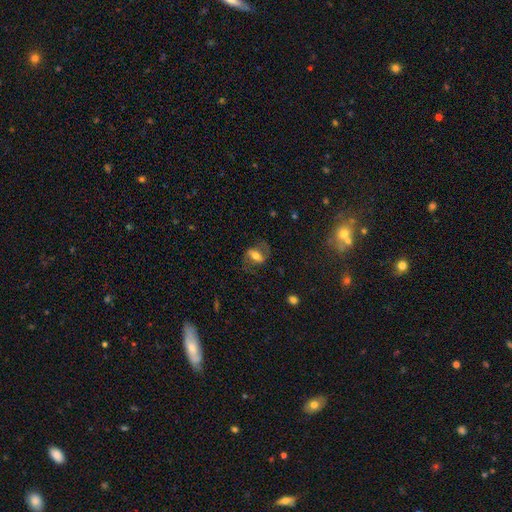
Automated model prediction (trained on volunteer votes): Smooth or featured? featured or disk (57%)
Edge-on disk? no (92%)
Bar? strong (46%)
Spiral arms? yes (79%)
Bulge size? moderate (59%)
Merging? none (69%)